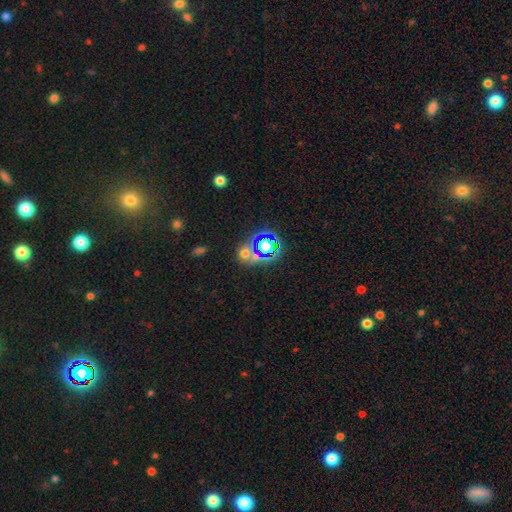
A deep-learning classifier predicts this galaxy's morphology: Smooth or featured?
  - star or artifact: 47% *
  - smooth: 42%
  - featured or disk: 11%